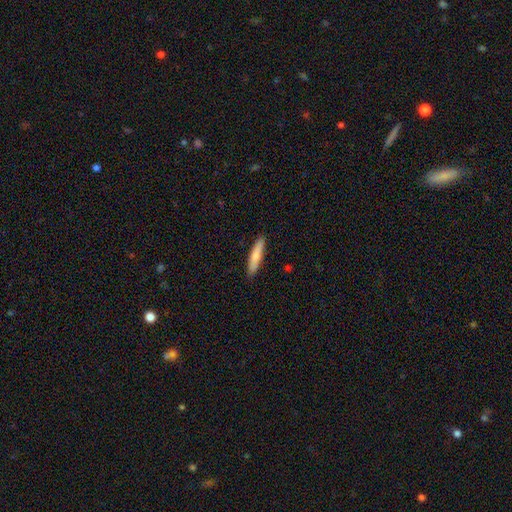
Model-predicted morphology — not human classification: This appears to be a smooth galaxy with no disk features (76%) that is cigar-shaped (82%). Merging: none (89%).